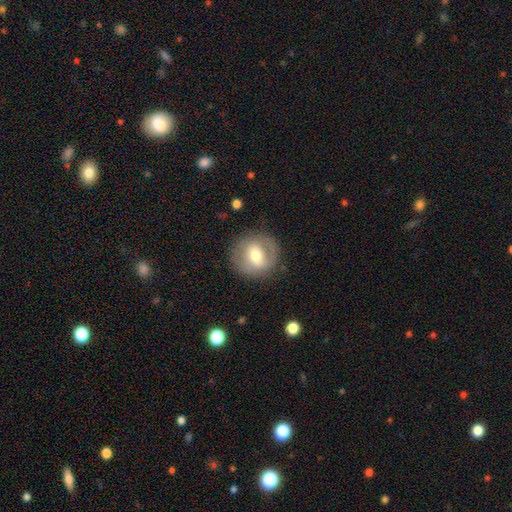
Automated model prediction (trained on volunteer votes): Smooth or featured? featured or disk (47%)
Merging? none (81%)